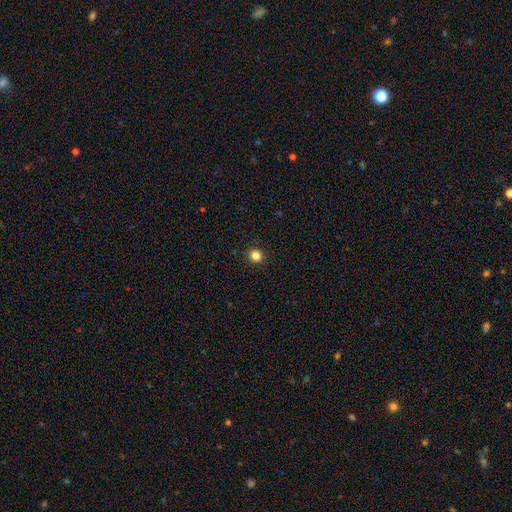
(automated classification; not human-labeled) Morphology: type=smooth (84%); roundness=round (90%); merging=none (93%).